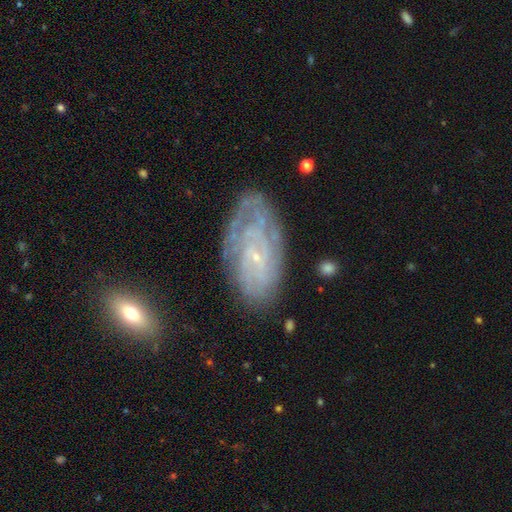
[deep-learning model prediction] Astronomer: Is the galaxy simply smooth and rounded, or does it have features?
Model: featured or disk — 79%.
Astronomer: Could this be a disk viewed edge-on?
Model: no — 94%.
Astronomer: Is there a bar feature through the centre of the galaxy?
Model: no — 60%.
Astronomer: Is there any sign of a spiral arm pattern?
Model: yes — 88%.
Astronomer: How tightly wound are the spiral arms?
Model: tight — 71%.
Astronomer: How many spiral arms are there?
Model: can't tell — 51%.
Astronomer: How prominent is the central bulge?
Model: small — 84%.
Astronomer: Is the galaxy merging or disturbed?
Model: none — 69%.